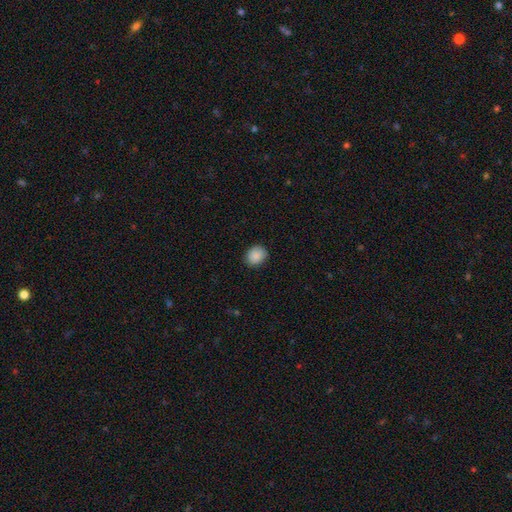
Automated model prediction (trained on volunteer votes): A smooth galaxy with no disk features (89%) that is round (64%).

Vote fractions:
- Smooth or featured? smooth: 89% / star or artifact: 8% / featured or disk: 3%
- How rounded? round: 64% / in between: 35% / cigar-shaped: 1%
- Merging? none: 87% / minor disturbance: 10% / major disturbance: 2% / merger: 1%